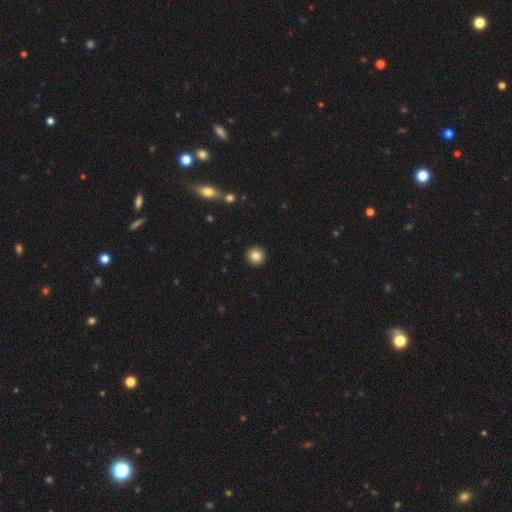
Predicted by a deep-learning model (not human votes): smooth_or_featured: smooth (p=0.85) [alt: star or artifact p=0.10]
how_rounded: round (p=0.95) [alt: in between p=0.04]
merging: none (p=0.93) [alt: minor disturbance p=0.04]